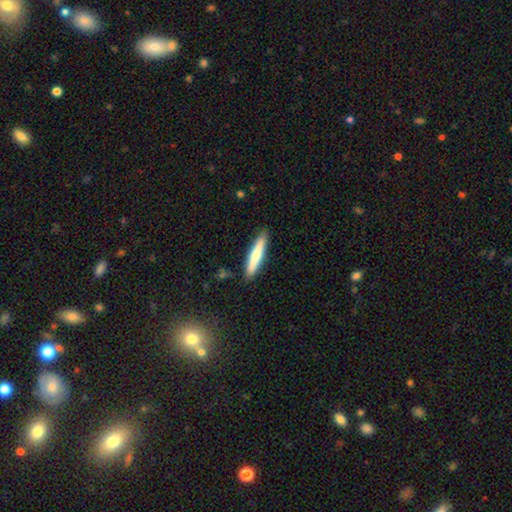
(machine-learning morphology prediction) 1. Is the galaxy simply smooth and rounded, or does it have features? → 72% smooth, 23% featured or disk, 5% star or artifact.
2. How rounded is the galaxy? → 89% cigar-shaped, 10% in between, 1% round.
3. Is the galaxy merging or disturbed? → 88% none, 9% minor disturbance, 2% major disturbance, 1% merger.